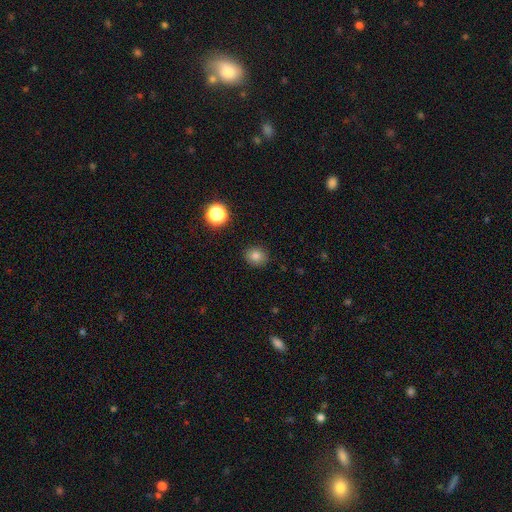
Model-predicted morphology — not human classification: Q: Smooth or featured?
A: smooth (80%); runner-up: star or artifact (13%)
Q: How rounded?
A: round (71%); runner-up: in between (28%)
Q: Merging?
A: none (89%); runner-up: minor disturbance (8%)